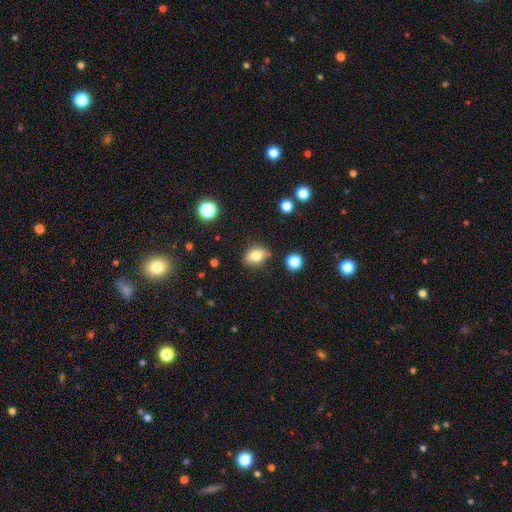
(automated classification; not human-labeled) Q: Smooth or featured?
A: smooth (77%); runner-up: featured or disk (12%)
Q: How rounded?
A: in between (75%); runner-up: round (23%)
Q: Merging?
A: none (74%); runner-up: minor disturbance (19%)